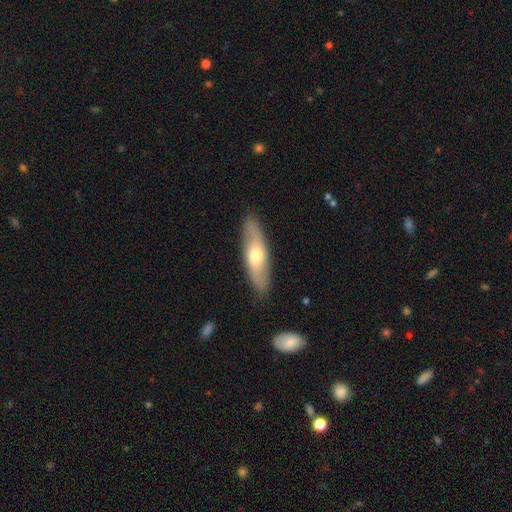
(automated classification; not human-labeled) A smooth galaxy with no disk features (54%) that is cigar-shaped (54%).

Vote fractions:
- Smooth or featured? smooth: 54% / featured or disk: 41% / star or artifact: 5%
- How rounded? cigar-shaped: 54% / in between: 43% / round: 3%
- Merging? none: 87% / minor disturbance: 10% / major disturbance: 2% / merger: 1%